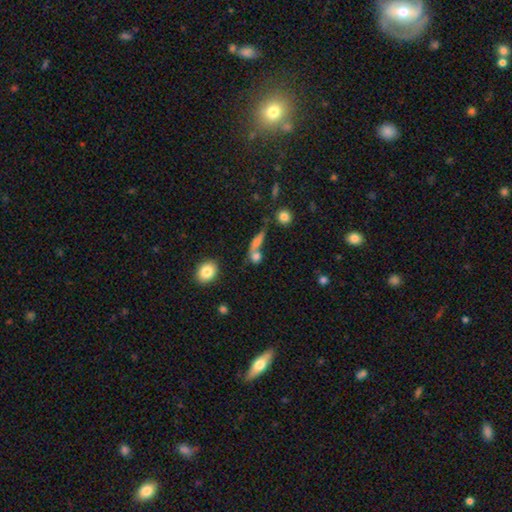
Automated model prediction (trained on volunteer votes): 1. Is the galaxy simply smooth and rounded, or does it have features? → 68% smooth, 18% featured or disk, 13% star or artifact.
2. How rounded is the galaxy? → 39% round, 37% in between, 24% cigar-shaped.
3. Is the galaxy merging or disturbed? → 44% merger, 37% none, 11% minor disturbance, 9% major disturbance.